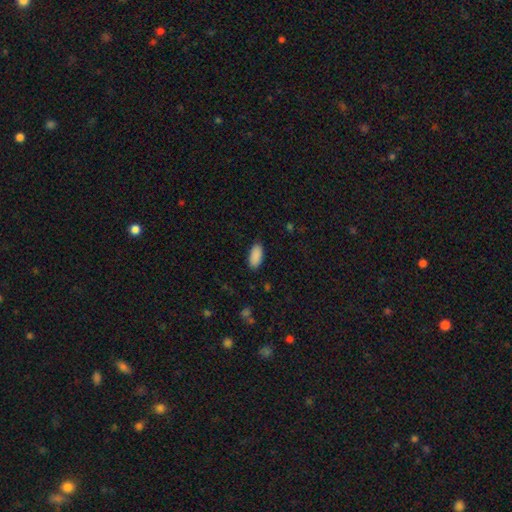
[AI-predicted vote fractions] A smooth galaxy with no disk features (90%) that is in between round and cigar-shaped (92%). Merging: none (87%).